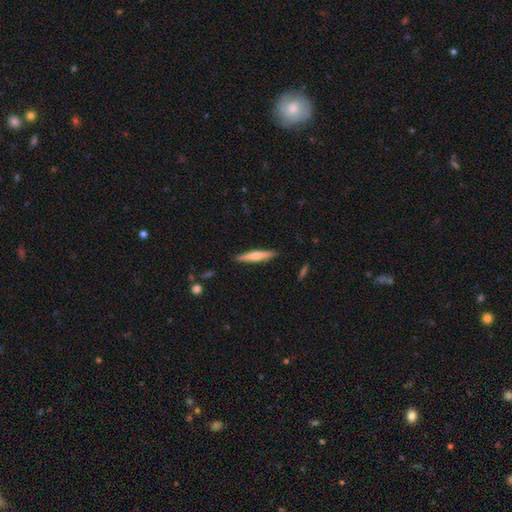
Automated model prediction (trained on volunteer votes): A smooth galaxy with no disk features (53%) that is cigar-shaped (91%).

Vote fractions:
- Smooth or featured? smooth: 53% / featured or disk: 41% / star or artifact: 5%
- How rounded? cigar-shaped: 91% / in between: 8% / round: 2%
- Merging? none: 91% / minor disturbance: 7% / major disturbance: 1% / merger: 1%